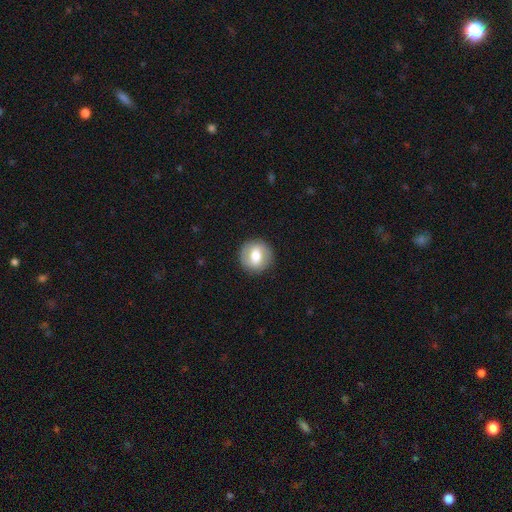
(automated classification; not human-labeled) Overall: smooth (63%; featured or disk 29%). How rounded: round (88%). Merging: none (89%).